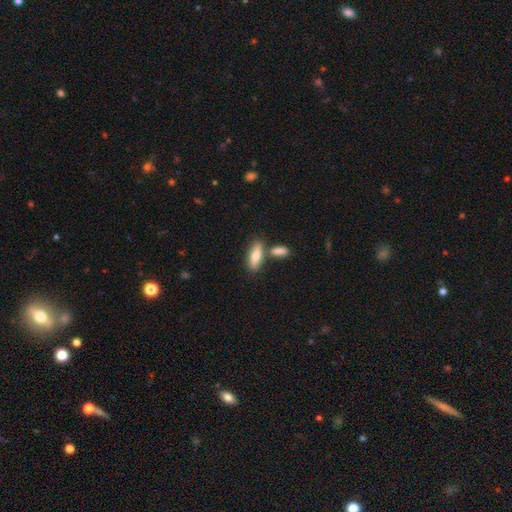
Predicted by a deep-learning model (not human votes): The model was most divided on "how rounded": in between: 63%, cigar-shaped: 35%, round: 3%. More confident: smooth or featured — smooth (73%); merging — none (65%).